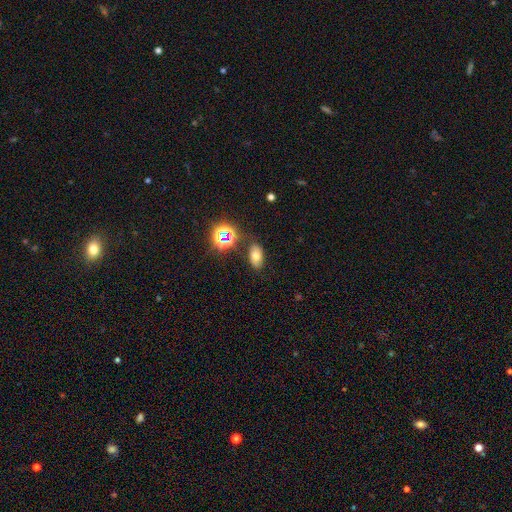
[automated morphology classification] Smooth or featured? Predicted: smooth (p=0.61). How rounded? Predicted: in between (p=0.87). Merging? Predicted: none (p=0.81).